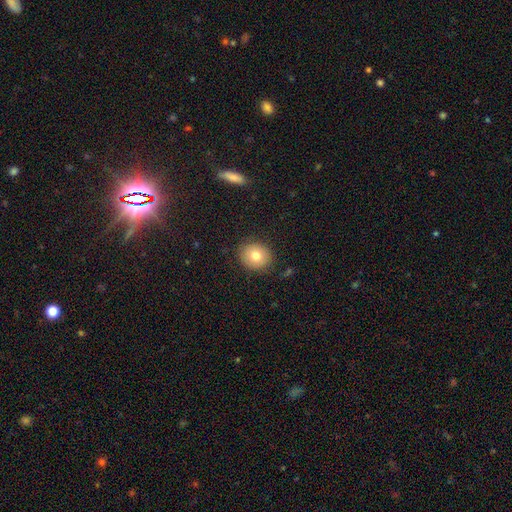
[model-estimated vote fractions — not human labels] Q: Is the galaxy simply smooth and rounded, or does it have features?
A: smooth — 77%.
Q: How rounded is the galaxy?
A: round — 77%.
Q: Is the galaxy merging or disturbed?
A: none — 87%.